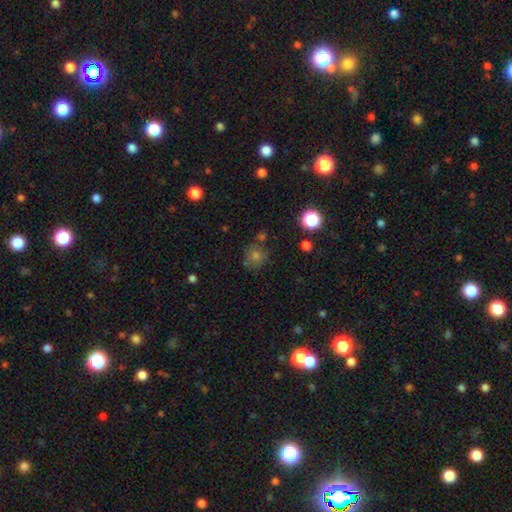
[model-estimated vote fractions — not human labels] smooth-or-featured: smooth: 58% | star or artifact: 27% | featured or disk: 14%
  how-rounded: round: 83% | in between: 16% | cigar-shaped: 1%
  merging: none: 73% | minor disturbance: 15% | merger: 7% | major disturbance: 5%